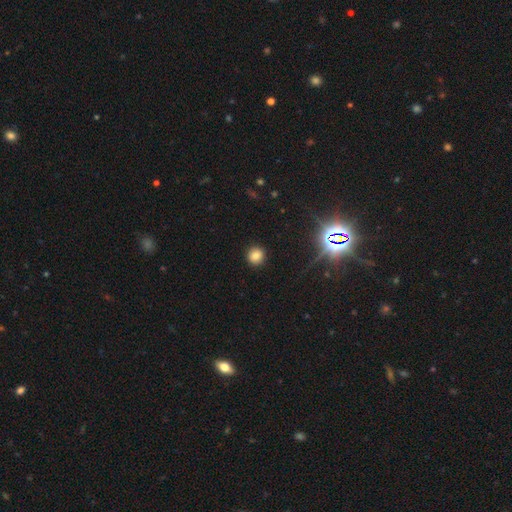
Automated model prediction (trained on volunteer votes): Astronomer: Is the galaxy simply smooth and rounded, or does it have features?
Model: smooth — 81%.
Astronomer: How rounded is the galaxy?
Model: round — 90%.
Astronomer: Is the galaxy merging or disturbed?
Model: none — 92%.